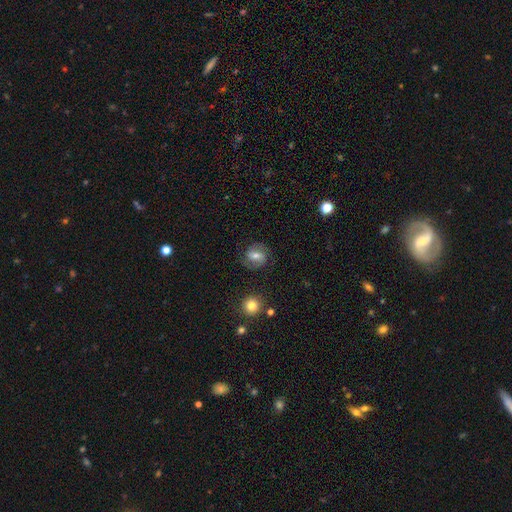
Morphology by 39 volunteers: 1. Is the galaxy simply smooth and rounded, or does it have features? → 72% featured or disk, 23% smooth, 5% star or artifact.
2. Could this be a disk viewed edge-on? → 96% no, 4% yes.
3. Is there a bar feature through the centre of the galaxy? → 56% weak, 26% strong, 19% no.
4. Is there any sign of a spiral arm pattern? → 93% yes, 7% no.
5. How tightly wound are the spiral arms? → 60% medium, 24% loose, 16% tight.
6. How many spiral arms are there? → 96% 2, 4% can't tell, 0% 1, 0% 3, 0% 4, 0% more than 4.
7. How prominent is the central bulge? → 67% moderate, 19% small, 11% large, 4% none, 0% dominant.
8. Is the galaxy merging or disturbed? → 78% none, 16% minor disturbance, 5% major disturbance, 0% merger.